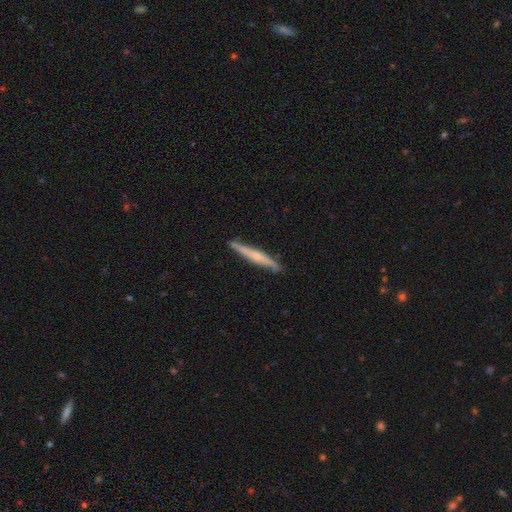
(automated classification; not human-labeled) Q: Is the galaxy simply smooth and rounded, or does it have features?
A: featured or disk — 54%.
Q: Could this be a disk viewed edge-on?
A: yes — 95%.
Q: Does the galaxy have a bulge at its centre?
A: rounded — 48%.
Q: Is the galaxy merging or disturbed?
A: none — 86%.